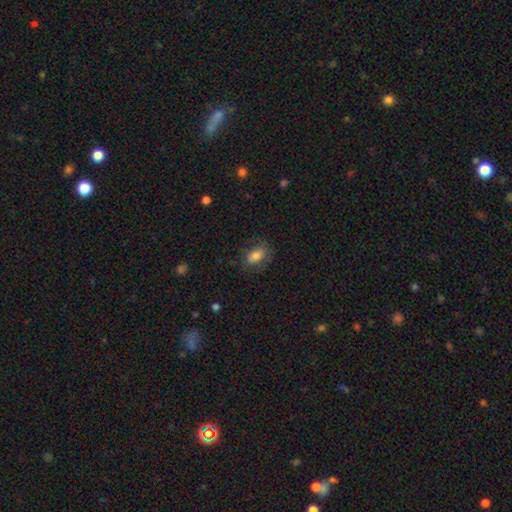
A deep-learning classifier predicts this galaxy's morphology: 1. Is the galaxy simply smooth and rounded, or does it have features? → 75% smooth, 17% featured or disk, 8% star or artifact.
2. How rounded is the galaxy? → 85% in between, 11% round, 4% cigar-shaped.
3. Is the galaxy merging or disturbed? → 72% none, 18% minor disturbance, 9% major disturbance, 1% merger.